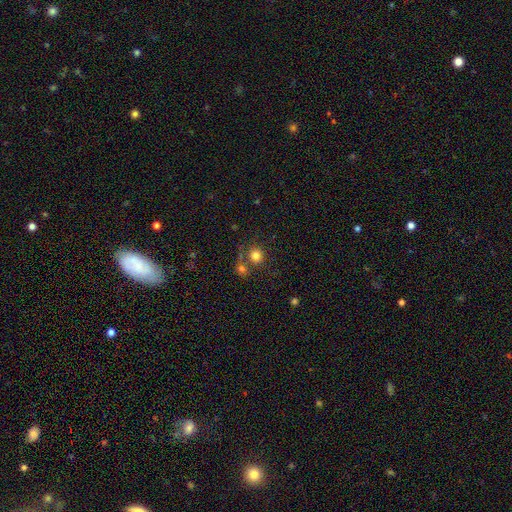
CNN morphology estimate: Smooth or featured? Predicted: smooth (p=0.79). How rounded? Predicted: round (p=0.88). Merging? Predicted: none (p=0.65).